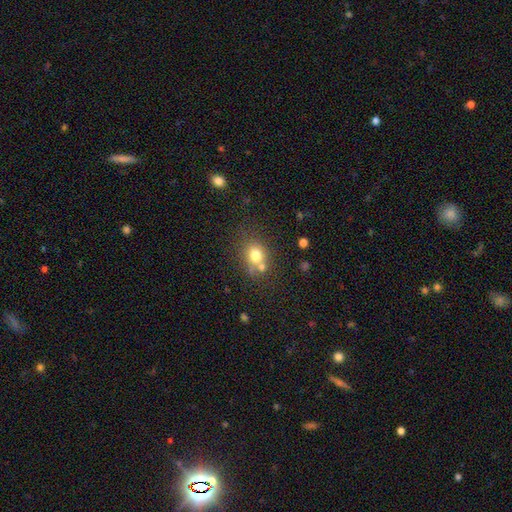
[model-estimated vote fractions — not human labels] This appears to be a smooth galaxy with no disk features (74%) that is round (66%). Merging: none (55%).